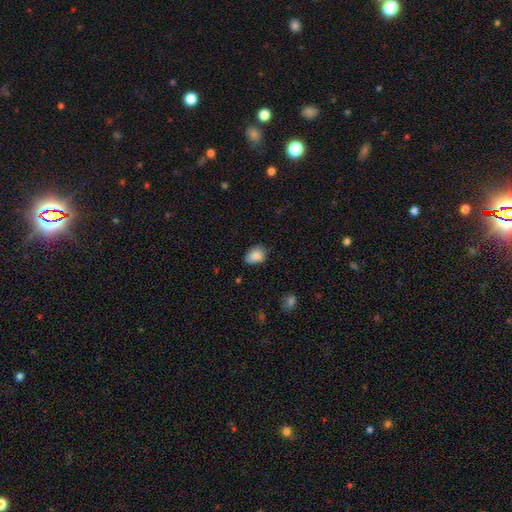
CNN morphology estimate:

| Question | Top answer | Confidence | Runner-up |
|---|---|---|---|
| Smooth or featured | smooth | 85% | star or artifact (8%) |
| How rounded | in between | 74% | round (24%) |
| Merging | none | 61% | minor disturbance (31%) |